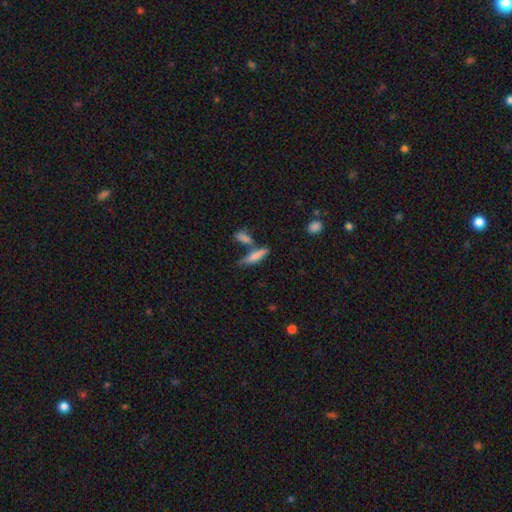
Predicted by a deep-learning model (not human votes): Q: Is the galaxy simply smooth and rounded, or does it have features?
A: smooth — 69%.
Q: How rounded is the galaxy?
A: cigar-shaped — 67%.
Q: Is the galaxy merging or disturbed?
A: none — 46%.